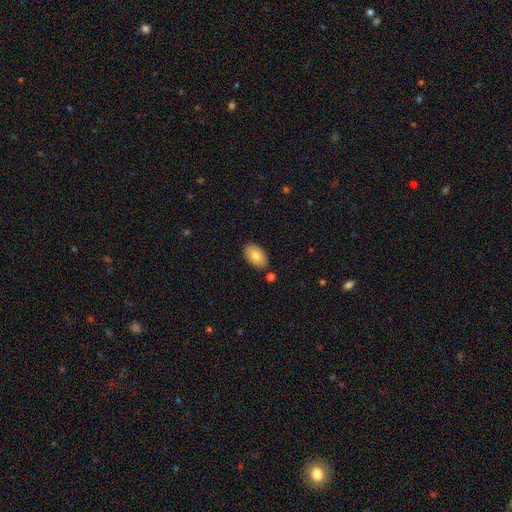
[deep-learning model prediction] Smooth or featured? smooth (80%)
How rounded? in between (94%)
Merging? none (85%)